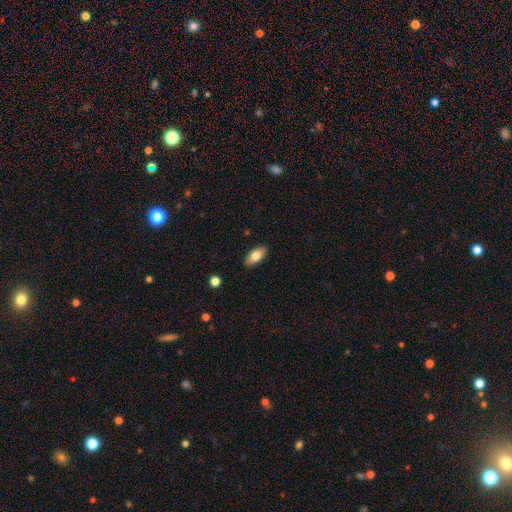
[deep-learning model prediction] smooth_or_featured: smooth (p=0.78) [alt: featured or disk p=0.15]
how_rounded: in between (p=0.90) [alt: cigar-shaped p=0.08]
merging: none (p=0.89) [alt: minor disturbance p=0.08]